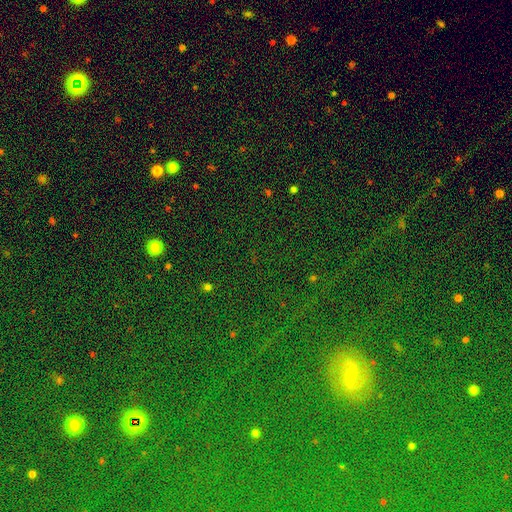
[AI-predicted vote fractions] Smooth or featured? Predicted: star or artifact (p=0.76).